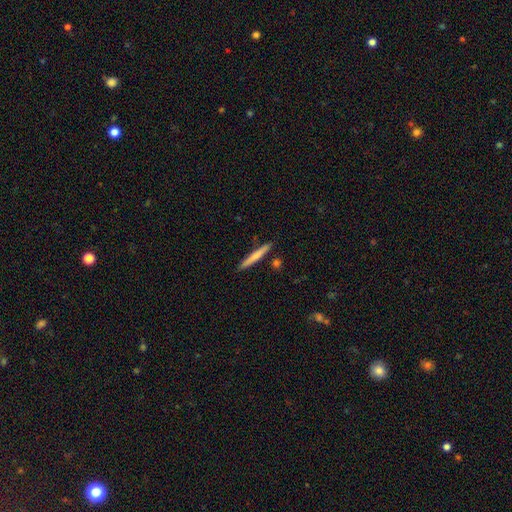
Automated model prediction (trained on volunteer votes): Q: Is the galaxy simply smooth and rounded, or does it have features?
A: smooth — 65%.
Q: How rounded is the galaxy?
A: cigar-shaped — 96%.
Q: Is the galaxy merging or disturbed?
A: none — 88%.